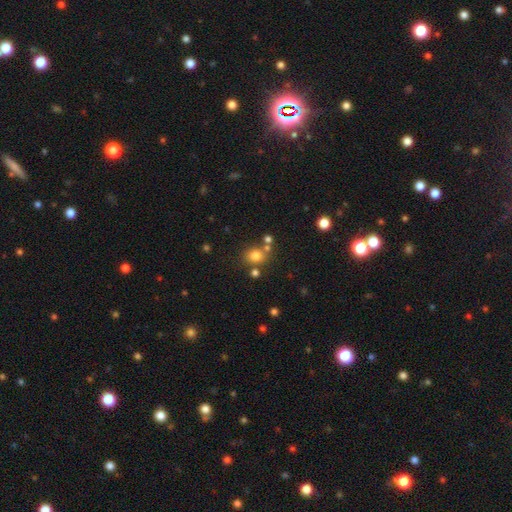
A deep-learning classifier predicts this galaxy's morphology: Q: Smooth or featured?
A: smooth (77%); runner-up: star or artifact (15%)
Q: How rounded?
A: round (75%); runner-up: in between (24%)
Q: Merging?
A: none (70%); runner-up: merger (15%)